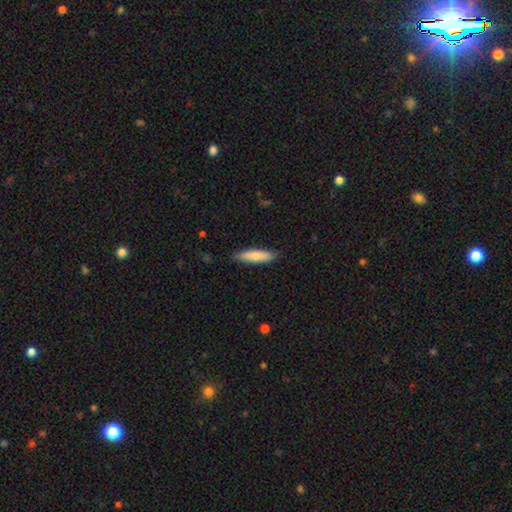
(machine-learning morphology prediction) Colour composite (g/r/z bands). It shows a smooth galaxy with no disk features (79%) that is cigar-shaped (72%). Merging: none (85%).